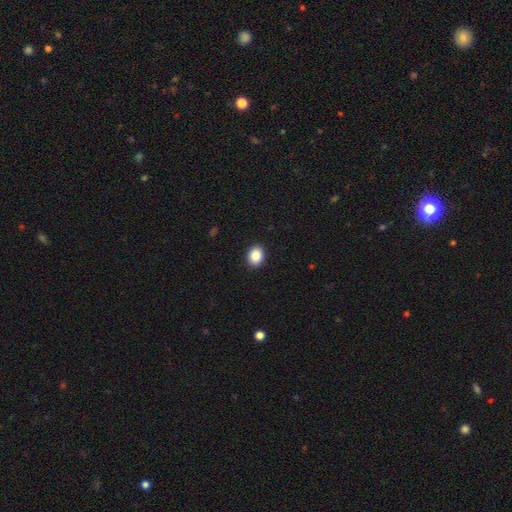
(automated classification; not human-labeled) Smooth or featured? smooth (87%)
How rounded? in between (51%)
Merging? none (92%)